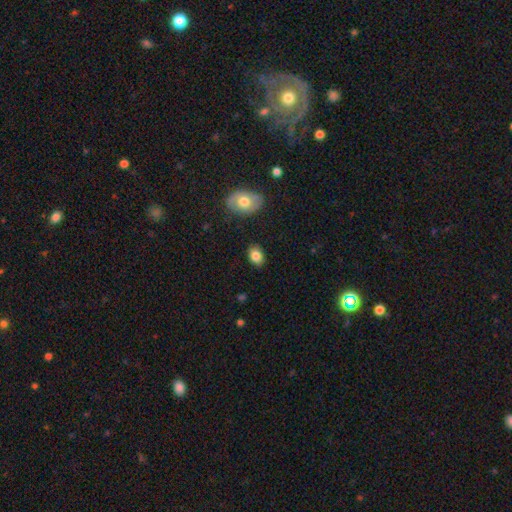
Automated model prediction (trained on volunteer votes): A smooth galaxy with no disk features (83%) that is in between round and cigar-shaped (80%).

Vote fractions:
- Smooth or featured? smooth: 83% / featured or disk: 9% / star or artifact: 8%
- How rounded? in between: 80% / round: 19% / cigar-shaped: 1%
- Merging? none: 84% / minor disturbance: 11% / major disturbance: 2% / merger: 2%